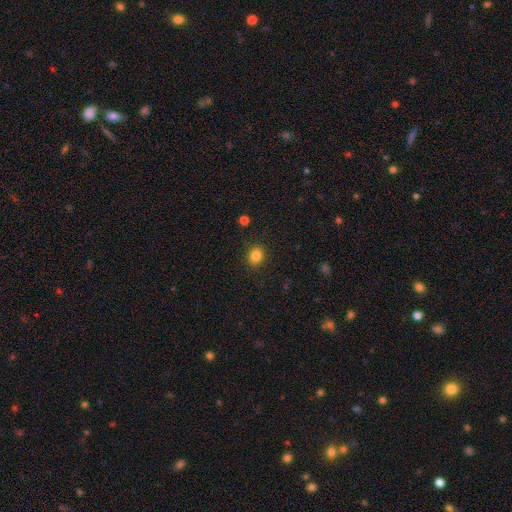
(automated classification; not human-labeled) Smooth or featured? smooth (84%)
How rounded? round (77%)
Merging? none (90%)